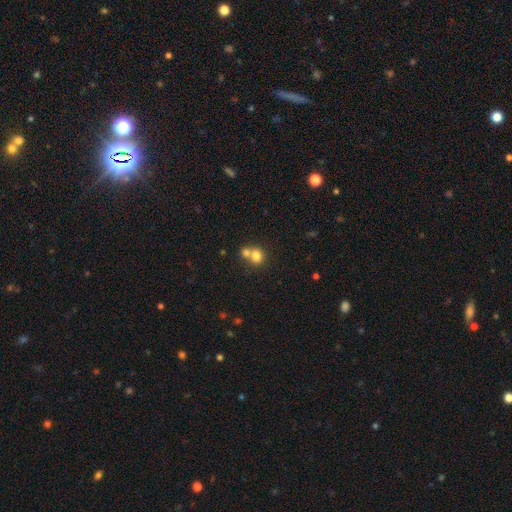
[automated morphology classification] A smooth galaxy with no disk features (77%) that is round (74%). Merging: merger (55%).